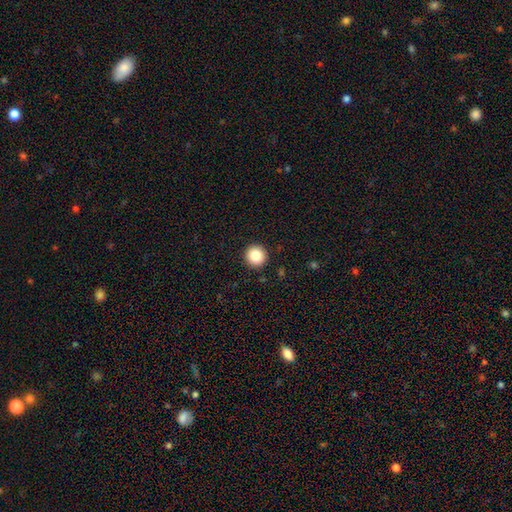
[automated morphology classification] smooth_or_featured: smooth (p=0.85) [alt: star or artifact p=0.09]
how_rounded: round (p=0.96) [alt: in between p=0.03]
merging: none (p=0.93) [alt: minor disturbance p=0.04]